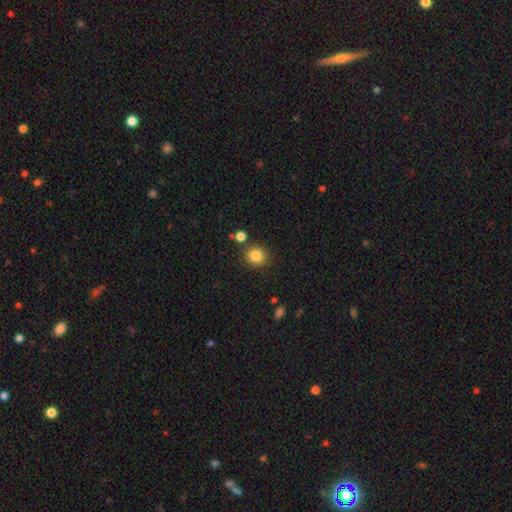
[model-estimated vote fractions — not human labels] Q: Smooth or featured?
A: smooth (84%); runner-up: star or artifact (11%)
Q: How rounded?
A: round (84%); runner-up: in between (15%)
Q: Merging?
A: none (81%); runner-up: minor disturbance (9%)